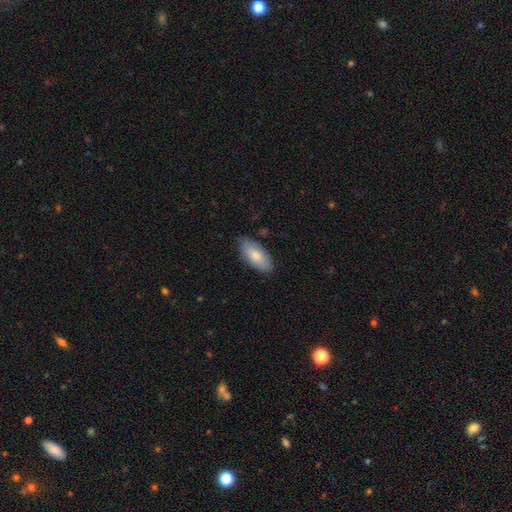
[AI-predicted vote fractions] Smooth or featured? Predicted: smooth (p=0.78). How rounded? Predicted: in between (p=0.89). Merging? Predicted: none (p=0.81).